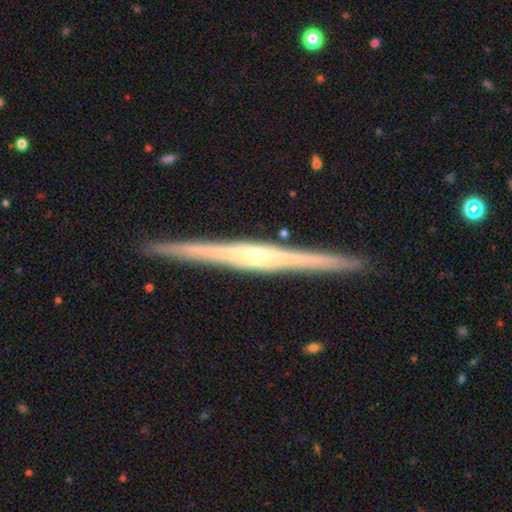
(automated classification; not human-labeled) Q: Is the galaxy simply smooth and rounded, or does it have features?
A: featured or disk — 87%.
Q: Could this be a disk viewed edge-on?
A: yes — 99%.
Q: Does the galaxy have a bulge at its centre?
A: rounded — 68%.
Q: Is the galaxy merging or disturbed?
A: none — 93%.